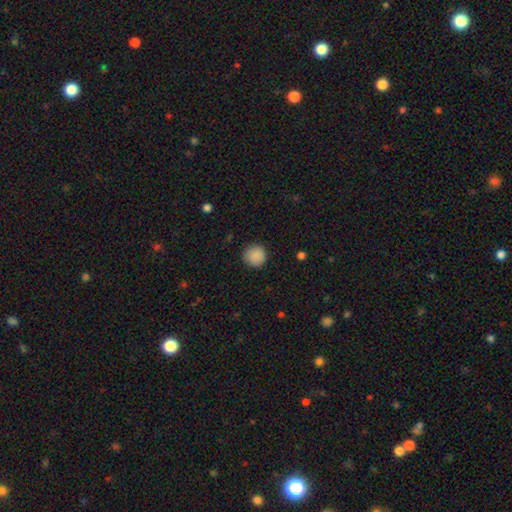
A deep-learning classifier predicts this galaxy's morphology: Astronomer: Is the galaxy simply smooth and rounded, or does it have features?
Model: smooth — 89%.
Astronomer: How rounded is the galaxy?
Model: round — 95%.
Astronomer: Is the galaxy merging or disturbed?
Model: none — 89%.